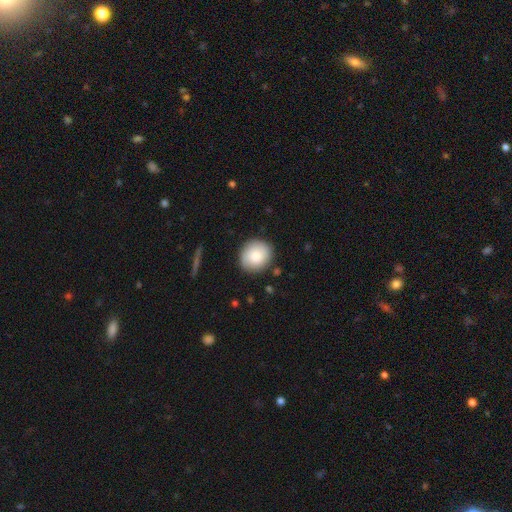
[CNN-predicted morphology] Smooth or featured: smooth — 80% (featured or disk — 13%)
How rounded: round — 84% (in between — 15%)
Merging: none — 87% (minor disturbance — 9%)